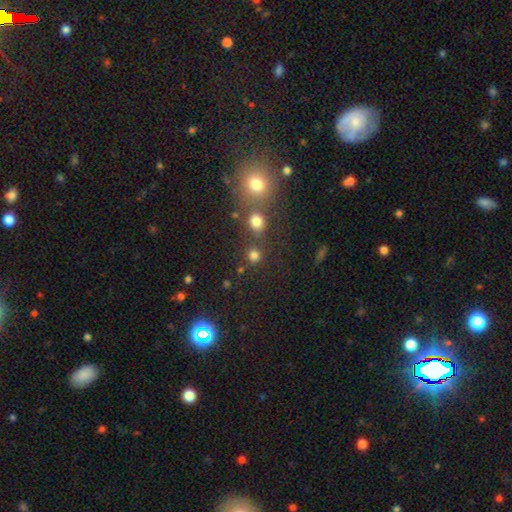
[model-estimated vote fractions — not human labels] Morphology: type=smooth (53%); roundness=round (90%); merging=none (70%).